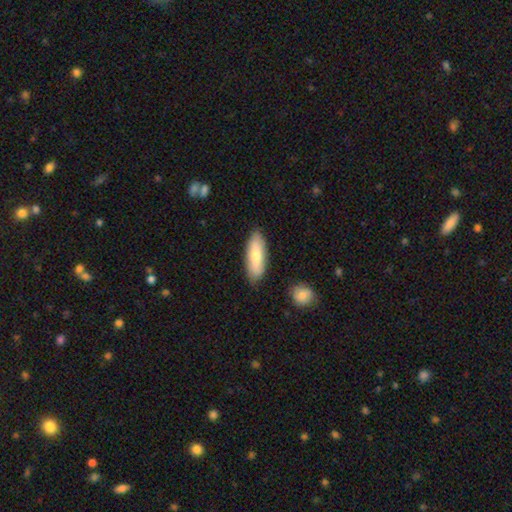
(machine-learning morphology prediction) A smooth galaxy with no disk features (70%) that is in between round and cigar-shaped (62%). Merging: none (85%).